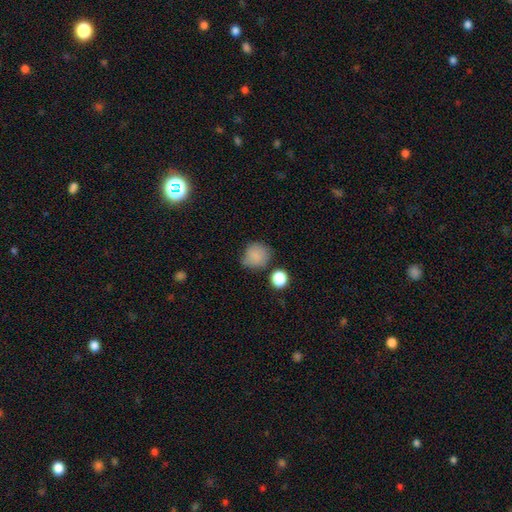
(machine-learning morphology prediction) Smooth or featured?
  - smooth: 82% *
  - star or artifact: 11%
  - featured or disk: 8%
How rounded?
  - round: 79% *
  - in between: 20%
  - cigar-shaped: 1%
Merging?
  - none: 64% *
  - minor disturbance: 24%
  - major disturbance: 6%
  - merger: 5%